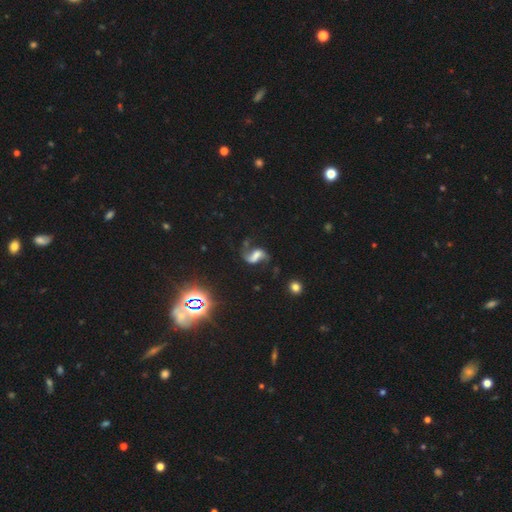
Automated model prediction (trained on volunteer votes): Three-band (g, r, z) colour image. It shows a featured or disk galaxy (75%) with a strong bar (40%), 2 (91%) loose (75%) spiral arms (94%) and no central bulge (37%). Merging: none (63%).